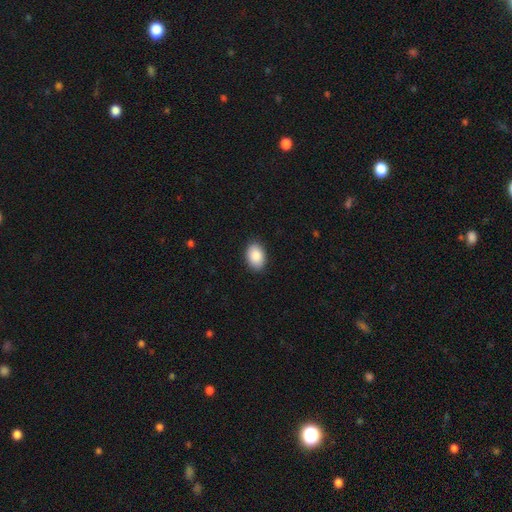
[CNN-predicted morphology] The model was most divided on "how rounded": in between: 87%, round: 12%, cigar-shaped: 1%. More confident: smooth or featured — smooth (89%); merging — none (89%).